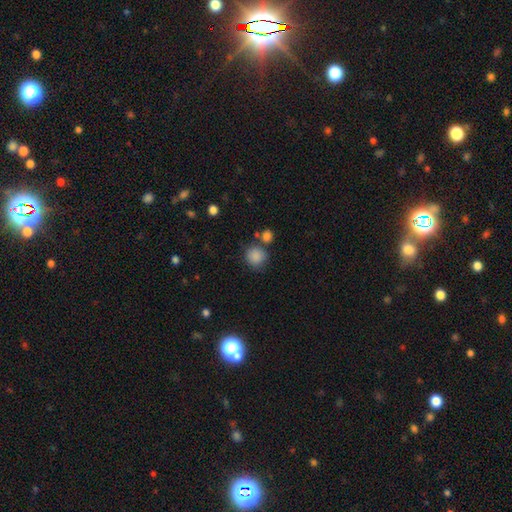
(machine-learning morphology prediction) A smooth galaxy with no disk features (86%) that is round (88%).

Vote fractions:
- Smooth or featured? smooth: 86% / star or artifact: 10% / featured or disk: 4%
- How rounded? round: 88% / in between: 12% / cigar-shaped: 1%
- Merging? none: 70% / merger: 14% / minor disturbance: 12% / major disturbance: 4%